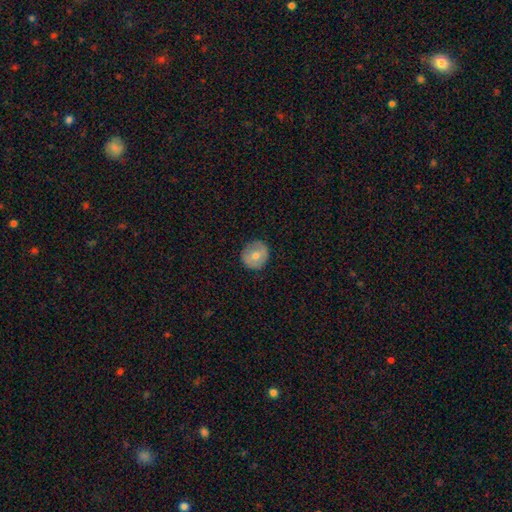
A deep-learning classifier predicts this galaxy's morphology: This appears to be a smooth galaxy with no disk features (67%) that is round (91%). Merging: none (84%).